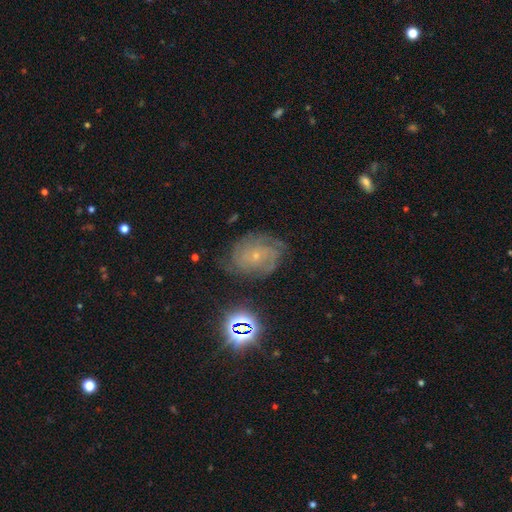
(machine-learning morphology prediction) This is likely a featured or disk galaxy (75%). It is clearly not viewed edge-on (97%). Bar: likely no (77%). Spiral arm pattern: clearly yes (95%). Spiral arm count: marginally can't tell (35%). Spiral winding: likely tight (69%). Central bulge: clearly small (82%). Merging: likely none (73%).